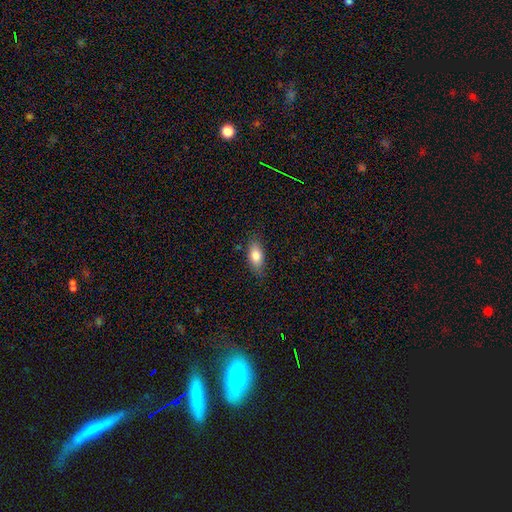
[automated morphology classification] smooth 81%, featured or disk 12%, star or artifact 7%. Down the decision tree: how rounded — in between (86%); merging — none (80%).